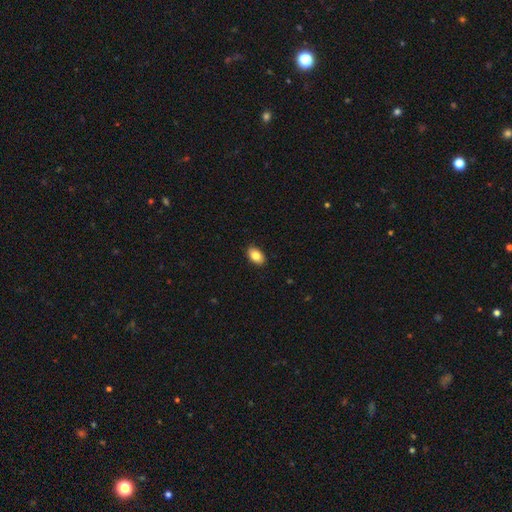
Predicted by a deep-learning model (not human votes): A smooth galaxy with no disk features (82%) that is in between round and cigar-shaped (90%).

Vote fractions:
- Smooth or featured? smooth: 82% / featured or disk: 10% / star or artifact: 8%
- How rounded? in between: 90% / round: 9% / cigar-shaped: 1%
- Merging? none: 89% / minor disturbance: 8% / major disturbance: 2% / merger: 1%